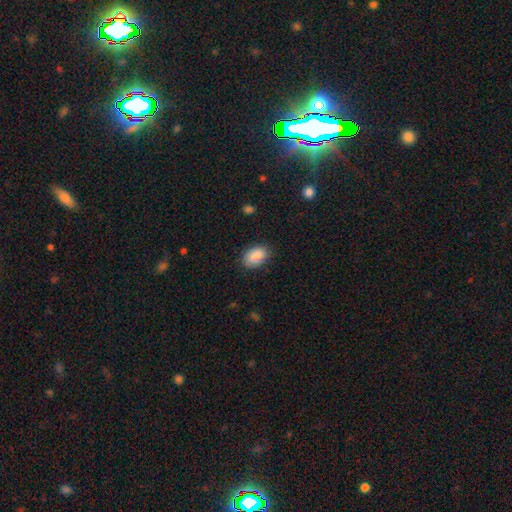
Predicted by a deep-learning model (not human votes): This is clearly a smooth galaxy (89%). How rounded: clearly in between (90%). Merging: clearly none (81%).